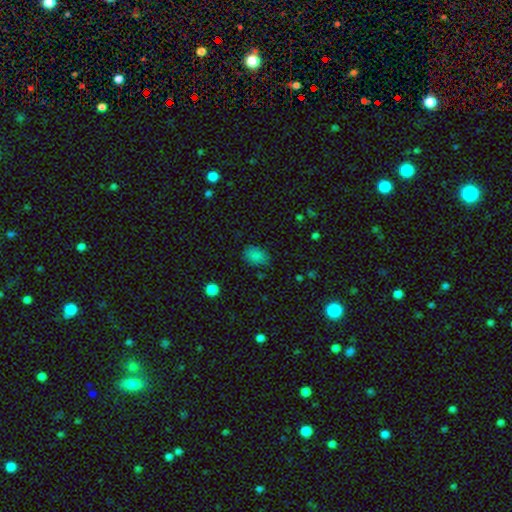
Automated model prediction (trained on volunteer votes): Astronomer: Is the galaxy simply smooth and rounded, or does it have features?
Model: smooth — 83%.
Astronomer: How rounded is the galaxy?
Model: in between — 71%.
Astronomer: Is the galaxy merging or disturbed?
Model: none — 75%.